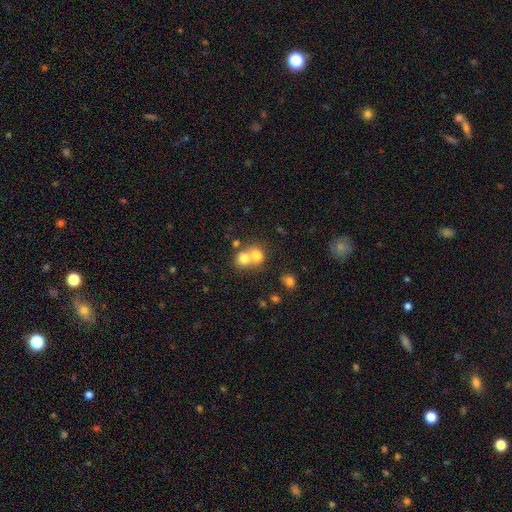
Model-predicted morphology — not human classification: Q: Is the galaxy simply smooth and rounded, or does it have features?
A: smooth — 73%.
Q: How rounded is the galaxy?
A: round — 75%.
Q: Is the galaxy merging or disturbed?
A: merger — 63%.